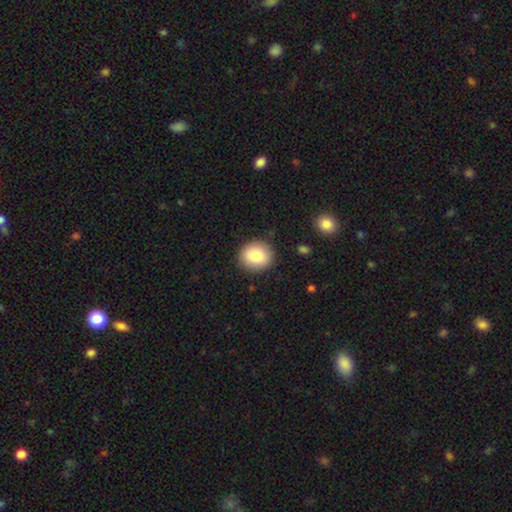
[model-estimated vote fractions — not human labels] Overall: smooth (87%). How rounded: round (68%; in between 31%). Merging: none (87%).